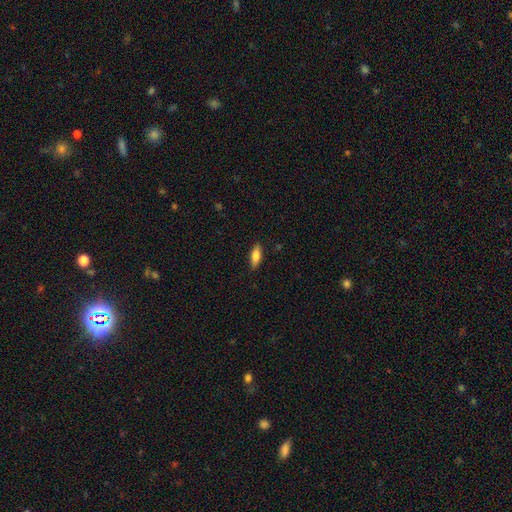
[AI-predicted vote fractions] This is likely a smooth galaxy (77%). How rounded: likely in between (67%). Merging: clearly none (88%).